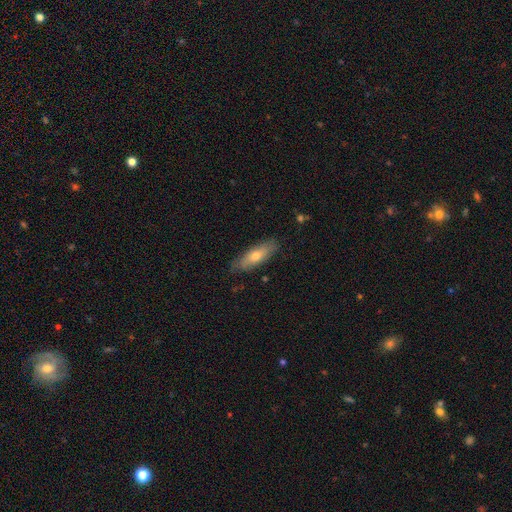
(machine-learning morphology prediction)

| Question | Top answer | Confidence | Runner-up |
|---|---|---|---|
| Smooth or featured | smooth | 60% | featured or disk (34%) |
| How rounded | in between | 53% | cigar-shaped (45%) |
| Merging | none | 80% | minor disturbance (16%) |